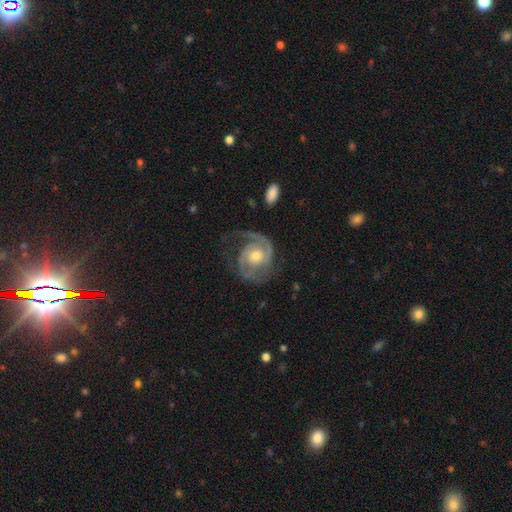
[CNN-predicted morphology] Q: Smooth or featured?
A: featured or disk (90%); runner-up: smooth (5%)
Q: Edge-on disk?
A: no (98%); runner-up: yes (2%)
Q: Bar?
A: no (69%); runner-up: weak (25%)
Q: Spiral arms?
A: yes (97%); runner-up: no (3%)
Q: Spiral winding?
A: medium (46%); runner-up: tight (42%)
Q: Spiral arm count?
A: 2 (83%); runner-up: 1 (5%)
Q: Bulge size?
A: moderate (65%); runner-up: small (27%)
Q: Merging?
A: none (67%); runner-up: minor disturbance (18%)